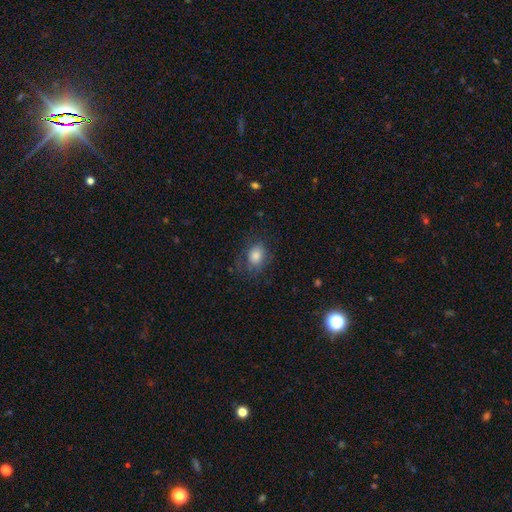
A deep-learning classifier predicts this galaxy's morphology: The model was most divided on "how rounded": in between: 68%, round: 31%, cigar-shaped: 1%. More confident: smooth or featured — smooth (76%); merging — none (66%).